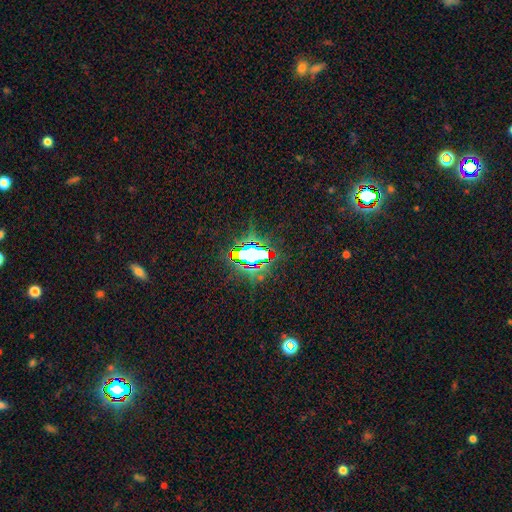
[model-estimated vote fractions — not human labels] A star or artifact, not a galaxy (69%).